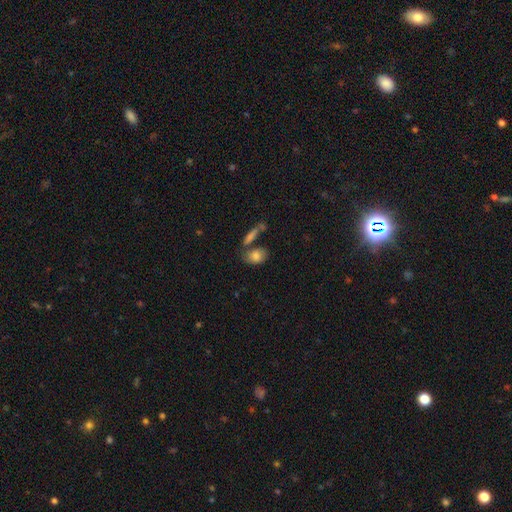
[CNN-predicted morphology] This appears to be a smooth galaxy with no disk features (75%) that is in between round and cigar-shaped (80%). Merging: none (49%).